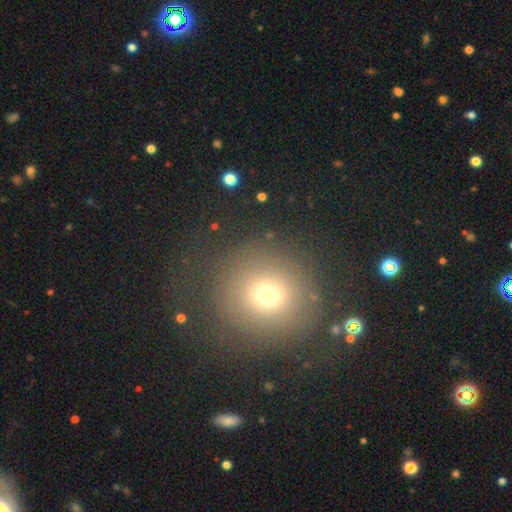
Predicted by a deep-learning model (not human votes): Smooth or featured? smooth (65%)
How rounded? round (92%)
Merging? none (80%)